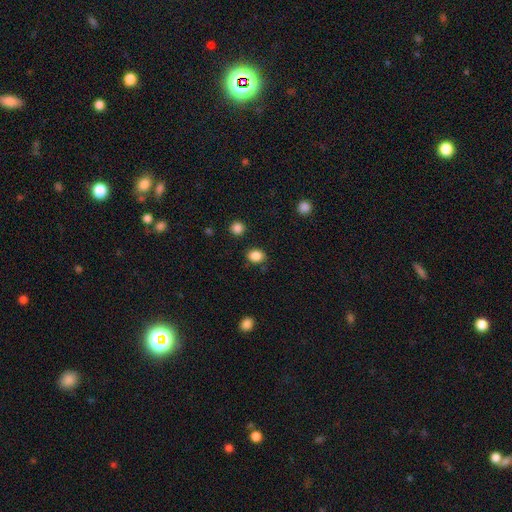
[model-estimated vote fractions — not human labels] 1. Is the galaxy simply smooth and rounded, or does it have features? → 86% smooth, 10% star or artifact, 4% featured or disk.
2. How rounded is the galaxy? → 51% in between, 48% round, 1% cigar-shaped.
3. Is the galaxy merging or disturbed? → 82% none, 12% minor disturbance, 3% major disturbance, 3% merger.